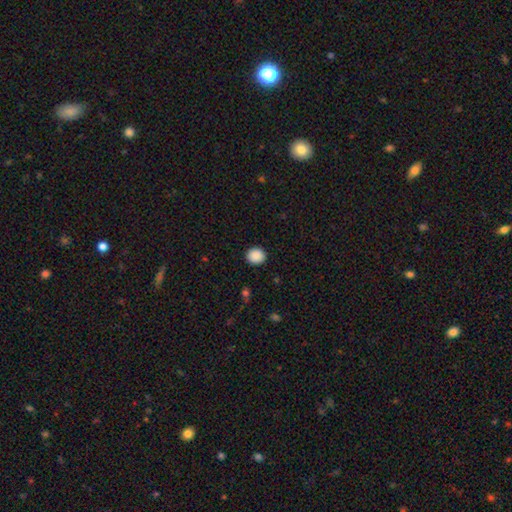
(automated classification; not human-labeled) Smooth or featured? smooth (89%)
How rounded? round (86%)
Merging? none (92%)